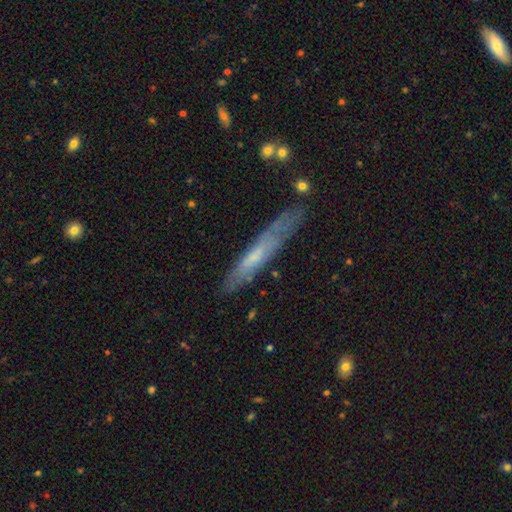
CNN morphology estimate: Overall: smooth (48%; featured or disk 45%). Merging: none (73%).